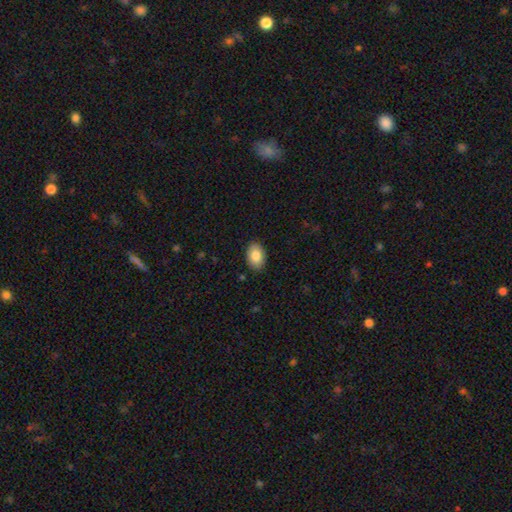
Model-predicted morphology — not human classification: The model was most divided on "smooth or featured": smooth: 83%, featured or disk: 10%, star or artifact: 7%. More confident: merging — none (87%); how rounded — in between (87%).